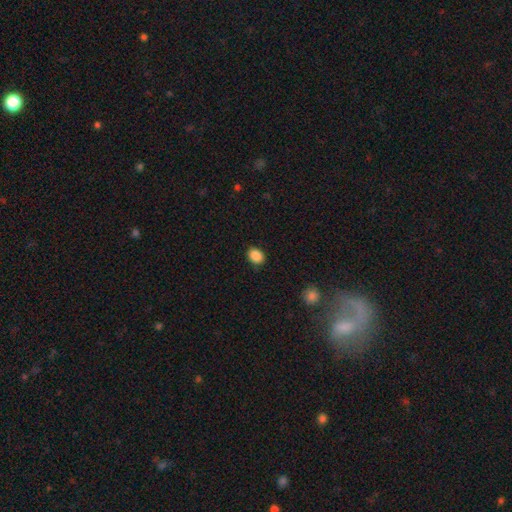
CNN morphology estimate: Smooth or featured?
  - smooth: 88% *
  - star or artifact: 9%
  - featured or disk: 3%
How rounded?
  - in between: 62% *
  - round: 37%
  - cigar-shaped: 1%
Merging?
  - none: 88% *
  - minor disturbance: 8%
  - major disturbance: 2%
  - merger: 1%